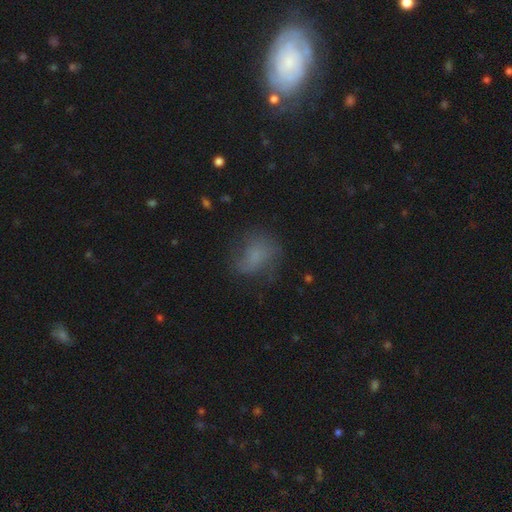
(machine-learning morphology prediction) Smooth or featured?
  - smooth: 58% *
  - featured or disk: 27%
  - star or artifact: 15%
How rounded?
  - in between: 58% *
  - round: 40%
  - cigar-shaped: 2%
Merging?
  - none: 57% *
  - minor disturbance: 24%
  - major disturbance: 17%
  - merger: 2%